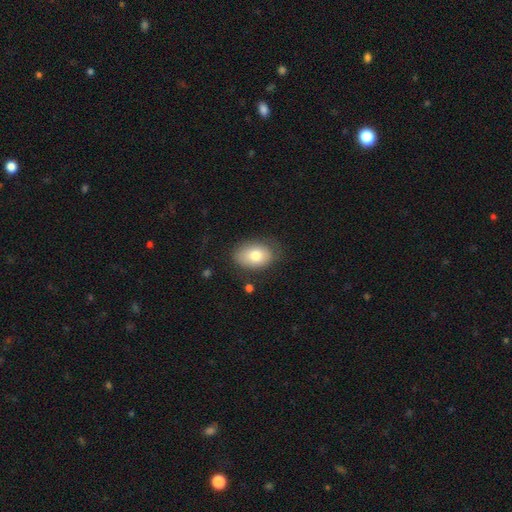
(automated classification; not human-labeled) This is likely a smooth galaxy (78%). How rounded: clearly in between (81%). Merging: likely none (77%).